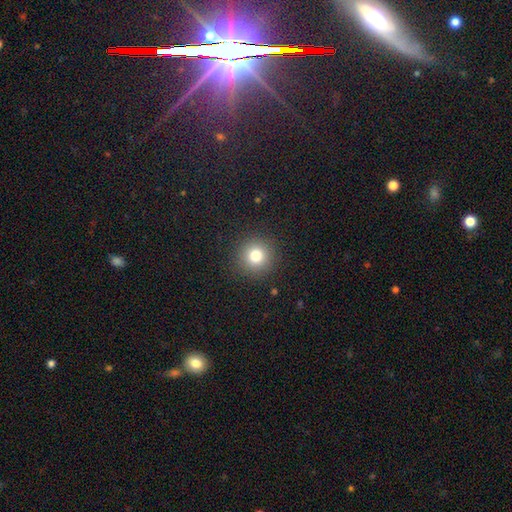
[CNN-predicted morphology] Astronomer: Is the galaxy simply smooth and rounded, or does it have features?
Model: smooth — 79%.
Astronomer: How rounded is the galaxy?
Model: round — 94%.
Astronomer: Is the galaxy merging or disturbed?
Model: none — 91%.